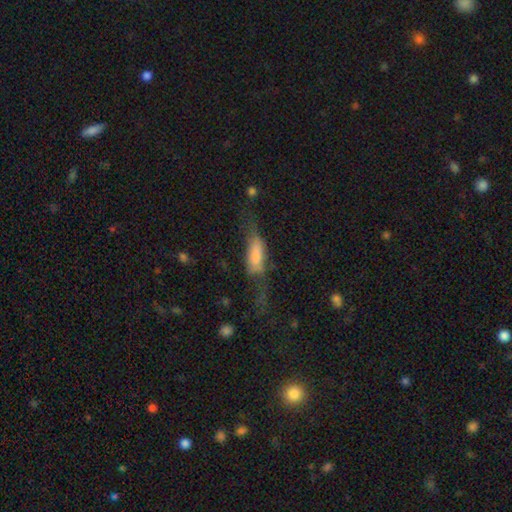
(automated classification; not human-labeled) Smooth or featured? Predicted: smooth (p=0.60). How rounded? Predicted: in between (p=0.57). Merging? Predicted: major disturbance (p=0.37).